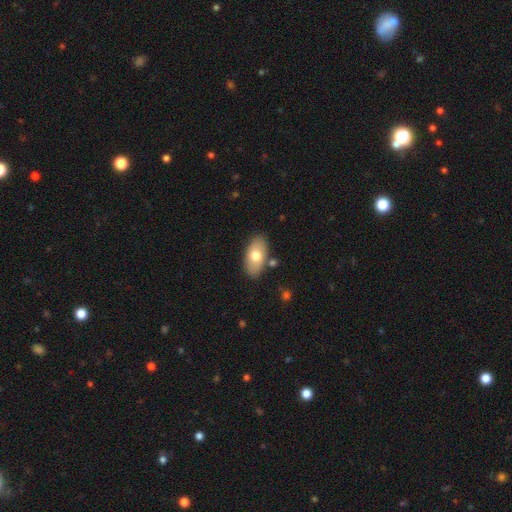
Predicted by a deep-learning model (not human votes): smooth 70%, featured or disk 23%, star or artifact 6%. Down the decision tree: how rounded — in between (93%); merging — none (80%).